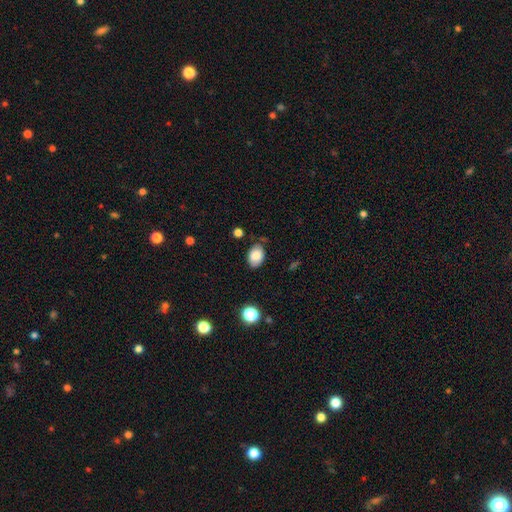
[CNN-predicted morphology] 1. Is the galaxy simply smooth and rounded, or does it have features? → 83% smooth, 9% featured or disk, 8% star or artifact.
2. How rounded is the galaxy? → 84% in between, 15% round, 1% cigar-shaped.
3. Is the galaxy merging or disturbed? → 73% none, 20% minor disturbance, 4% major disturbance, 3% merger.